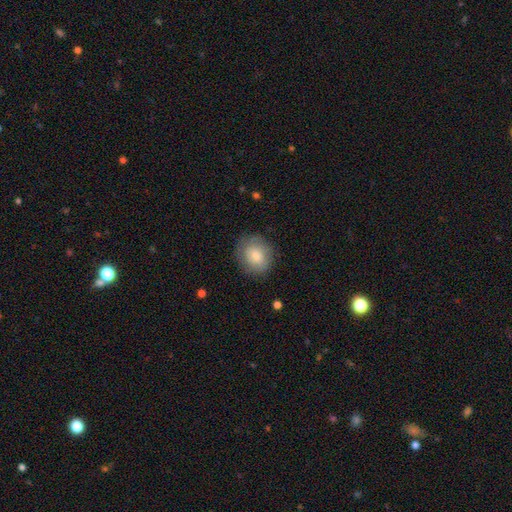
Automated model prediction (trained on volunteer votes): Overall: smooth (80%). How rounded: round (68%; in between 31%). Merging: none (80%).